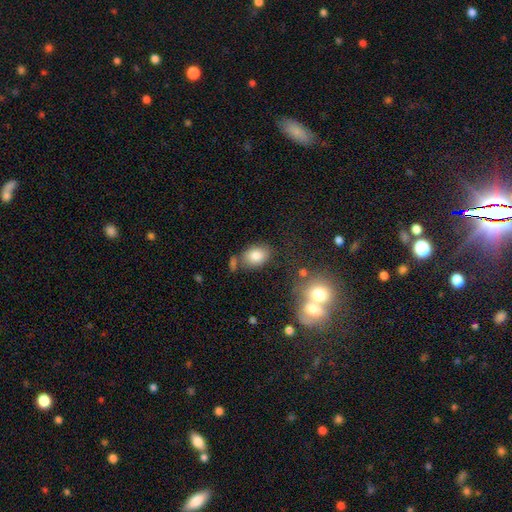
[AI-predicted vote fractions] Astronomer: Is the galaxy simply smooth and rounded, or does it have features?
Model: smooth — 82%.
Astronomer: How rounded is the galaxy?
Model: in between — 75%.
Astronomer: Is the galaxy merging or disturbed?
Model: none — 69%.